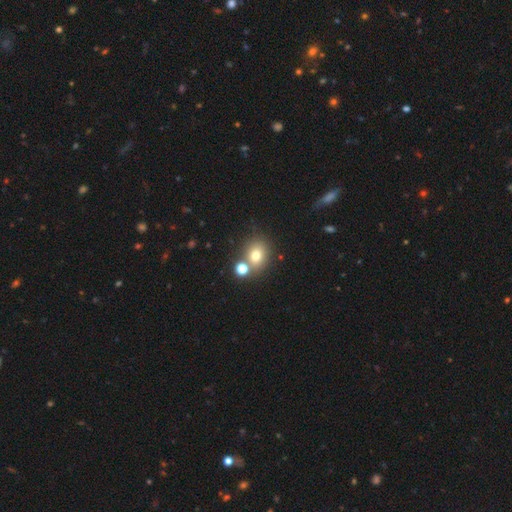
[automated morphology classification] Smooth or featured?
  - smooth: 74% *
  - star or artifact: 15%
  - featured or disk: 11%
How rounded?
  - round: 67% *
  - in between: 32%
  - cigar-shaped: 1%
Merging?
  - none: 65% *
  - merger: 22%
  - minor disturbance: 10%
  - major disturbance: 4%